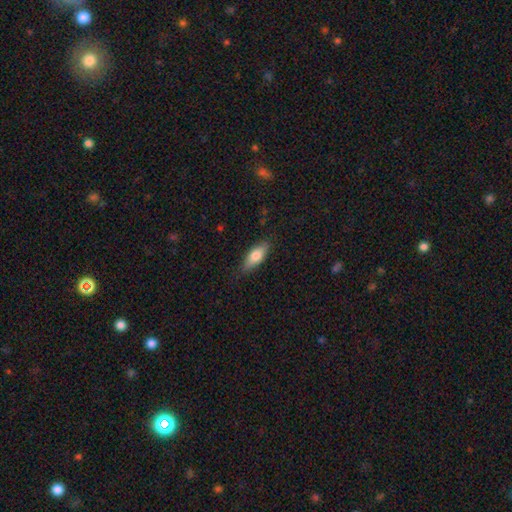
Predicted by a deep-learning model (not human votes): A smooth galaxy with no disk features (76%) that is in between round and cigar-shaped (71%). Merging: none (83%).